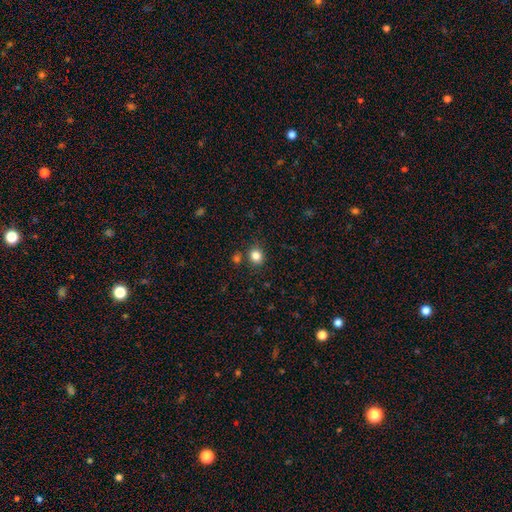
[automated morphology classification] smooth_or_featured: smooth (p=0.83) [alt: star or artifact p=0.12]
how_rounded: round (p=0.77) [alt: in between p=0.22]
merging: none (p=0.81) [alt: minor disturbance p=0.09]